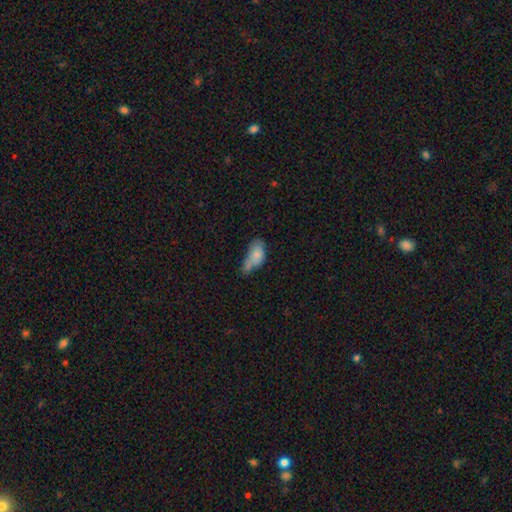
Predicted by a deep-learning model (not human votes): Smooth or featured? Predicted: smooth (p=0.74). How rounded? Predicted: in between (p=0.86). Merging? Predicted: merger (p=0.36).